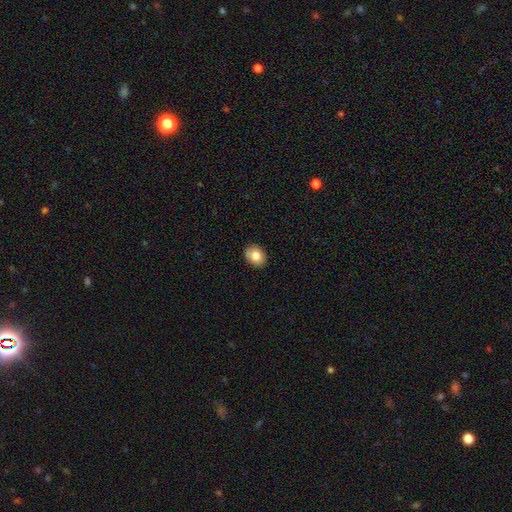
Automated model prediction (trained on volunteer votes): Morphology: type=smooth (81%); roundness=in between (55%); merging=none (89%).